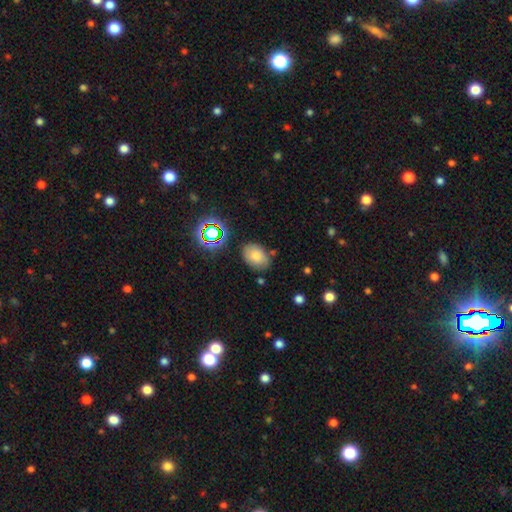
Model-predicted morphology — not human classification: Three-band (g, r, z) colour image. It shows a smooth galaxy with no disk features (76%) that is in between round and cigar-shaped (78%). Merging: none (78%).